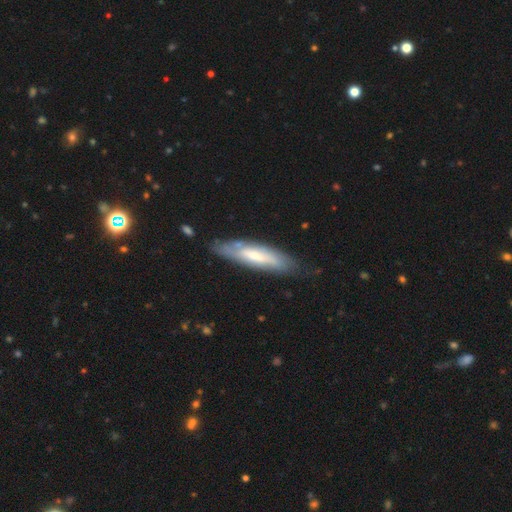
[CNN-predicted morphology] The model was most divided on "smooth or featured": smooth: 48%, featured or disk: 46%, star or artifact: 6%. More confident: merging — none (70%).